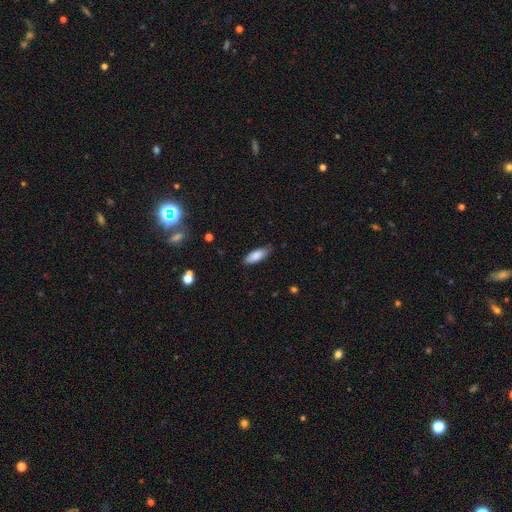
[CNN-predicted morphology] smooth-or-featured: smooth: 85% | featured or disk: 9% | star or artifact: 6%
  how-rounded: in between: 71% | cigar-shaped: 28% | round: 2%
  merging: none: 80% | minor disturbance: 16% | major disturbance: 3% | merger: 1%